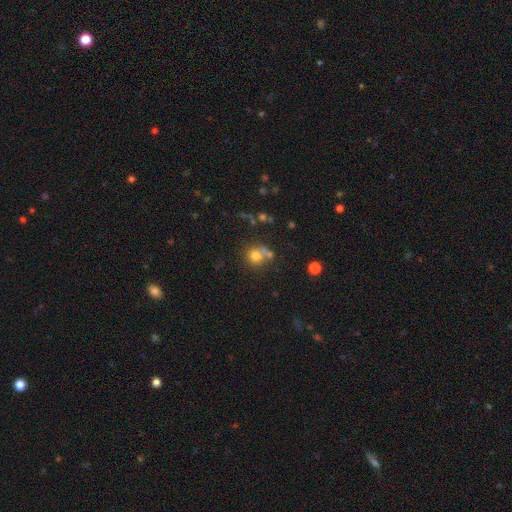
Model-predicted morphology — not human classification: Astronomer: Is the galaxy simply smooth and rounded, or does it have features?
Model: smooth — 74%.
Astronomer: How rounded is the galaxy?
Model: round — 88%.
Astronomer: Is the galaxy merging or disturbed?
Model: none — 55%.